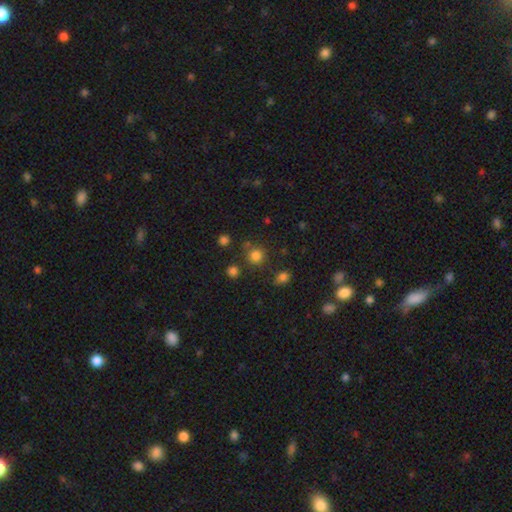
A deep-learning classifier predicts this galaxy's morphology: smooth-or-featured: smooth: 79% | star or artifact: 16% | featured or disk: 5%
  how-rounded: round: 91% | in between: 8% | cigar-shaped: 1%
  merging: none: 80% | minor disturbance: 9% | merger: 8% | major disturbance: 4%